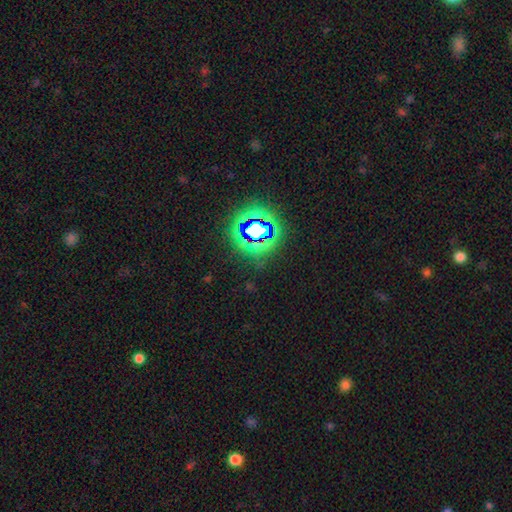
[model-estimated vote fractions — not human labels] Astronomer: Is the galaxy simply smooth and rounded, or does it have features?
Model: star or artifact — 79%.